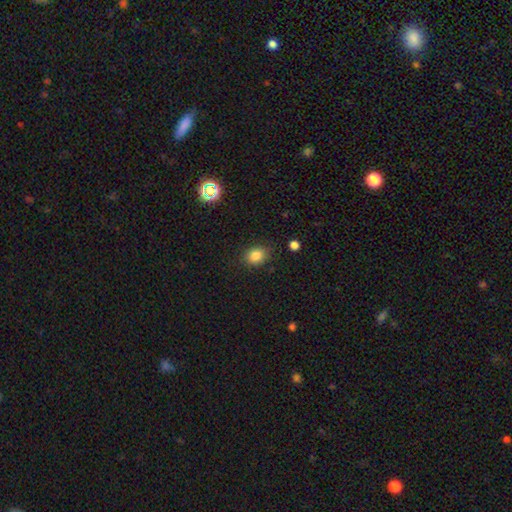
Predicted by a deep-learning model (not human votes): Overall: smooth (84%). How rounded: in between (51%; round 48%). Merging: none (83%).